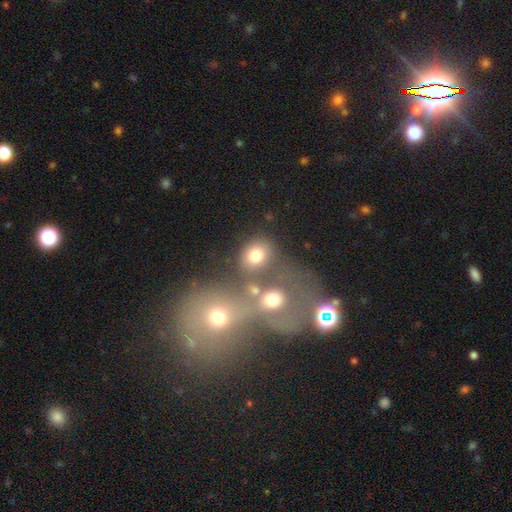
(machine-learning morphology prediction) smooth 74%, star or artifact 14%, featured or disk 12%. Down the decision tree: how rounded — round (67%); merging — none (56%).